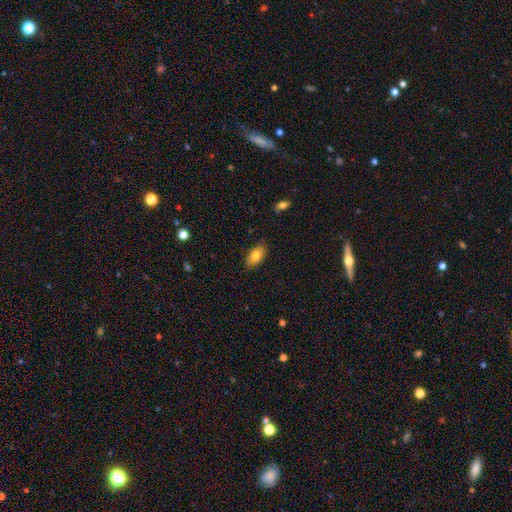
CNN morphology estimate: Smooth or featured? smooth (80%)
How rounded? in between (90%)
Merging? none (83%)